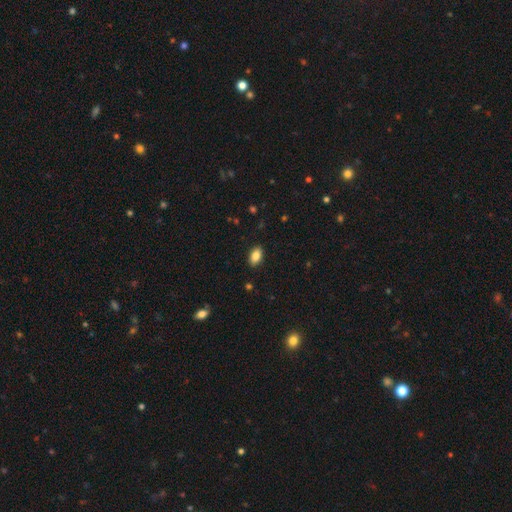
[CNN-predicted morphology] smooth-or-featured: smooth: 85% | star or artifact: 8% | featured or disk: 7%
  how-rounded: in between: 92% | round: 6% | cigar-shaped: 2%
  merging: none: 89% | minor disturbance: 8% | major disturbance: 2% | merger: 1%